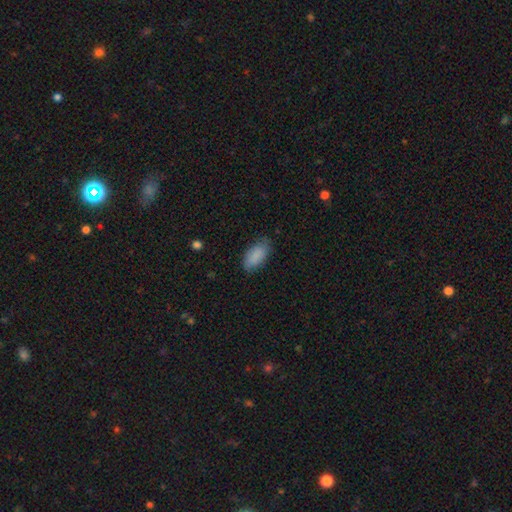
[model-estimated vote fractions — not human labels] The model was most divided on "merging": none: 74%, minor disturbance: 20%, major disturbance: 4%, merger: 1%. More confident: how rounded — in between (91%); smooth or featured — smooth (87%).